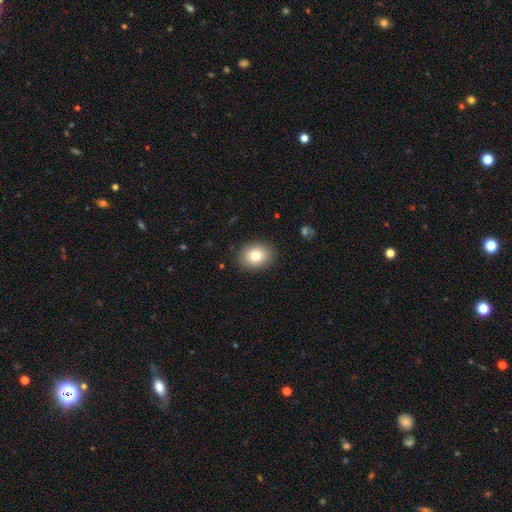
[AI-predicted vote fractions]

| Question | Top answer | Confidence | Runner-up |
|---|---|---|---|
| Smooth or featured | smooth | 79% | featured or disk (11%) |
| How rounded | round | 50% | in between (49%) |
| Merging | none | 88% | minor disturbance (8%) |